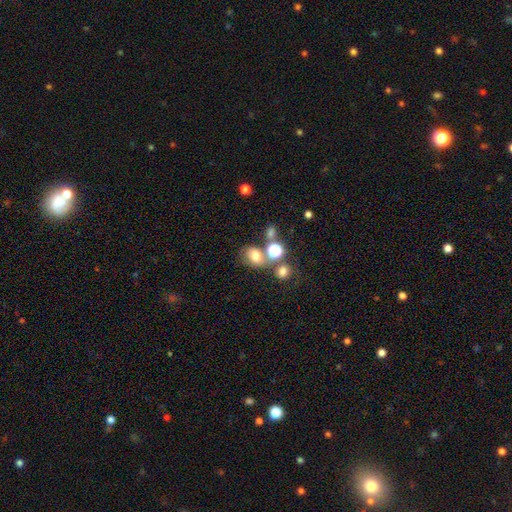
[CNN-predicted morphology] A smooth galaxy with no disk features (69%) that is in between round and cigar-shaped (58%). Merging: none (50%).